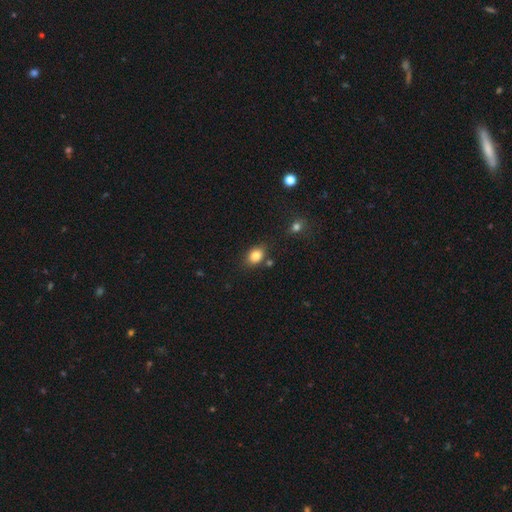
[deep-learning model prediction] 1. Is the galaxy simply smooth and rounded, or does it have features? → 83% smooth, 10% star or artifact, 7% featured or disk.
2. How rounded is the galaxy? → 64% in between, 35% round, 1% cigar-shaped.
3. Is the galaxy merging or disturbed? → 77% none, 13% minor disturbance, 7% merger, 3% major disturbance.